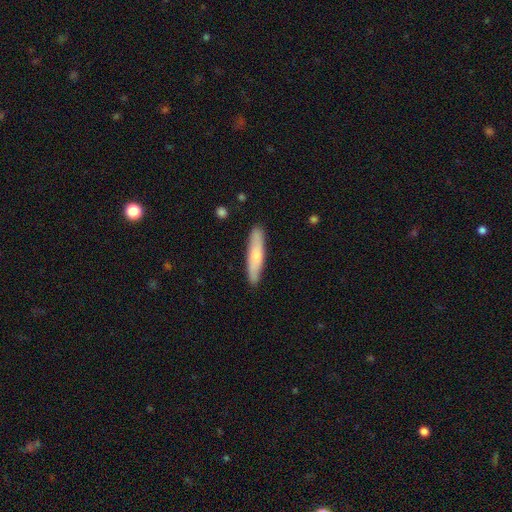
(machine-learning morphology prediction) Smooth or featured: smooth — 67% (featured or disk — 28%)
How rounded: cigar-shaped — 86% (in between — 12%)
Merging: none — 88% (minor disturbance — 9%)